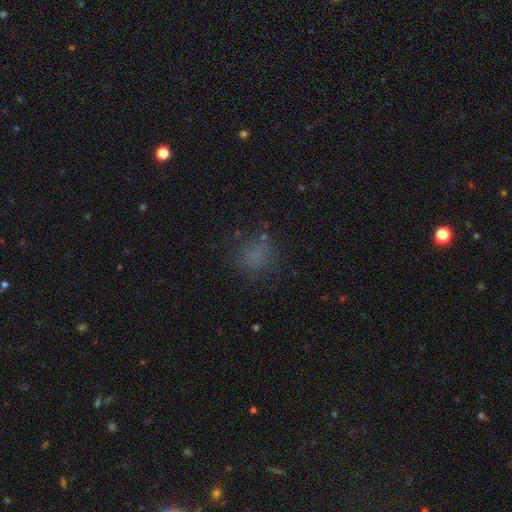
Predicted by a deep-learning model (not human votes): smooth-or-featured: smooth: 72% | star or artifact: 20% | featured or disk: 8%
  how-rounded: round: 81% | in between: 18% | cigar-shaped: 1%
  merging: none: 78% | minor disturbance: 13% | major disturbance: 7% | merger: 2%